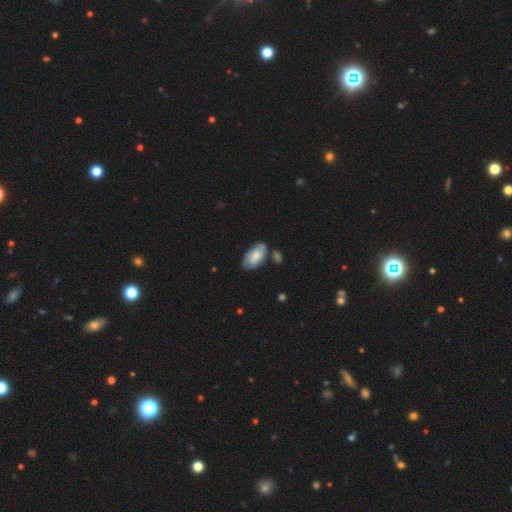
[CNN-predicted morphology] Smooth or featured: smooth — 64% (featured or disk — 30%)
How rounded: in between — 93% (cigar-shaped — 4%)
Merging: none — 62% (minor disturbance — 23%)